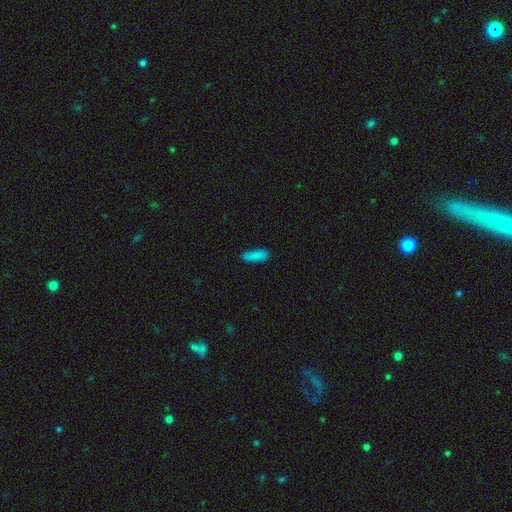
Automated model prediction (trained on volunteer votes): smooth_or_featured: smooth (p=0.86) [alt: star or artifact p=0.08]
how_rounded: in between (p=0.56) [alt: cigar-shaped p=0.42]
merging: none (p=0.82) [alt: minor disturbance p=0.14]